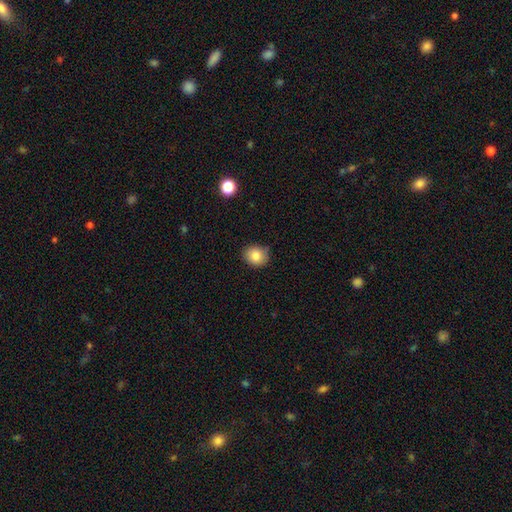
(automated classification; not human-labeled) Q: Smooth or featured?
A: smooth (83%); runner-up: star or artifact (10%)
Q: How rounded?
A: round (76%); runner-up: in between (23%)
Q: Merging?
A: none (80%); runner-up: minor disturbance (16%)